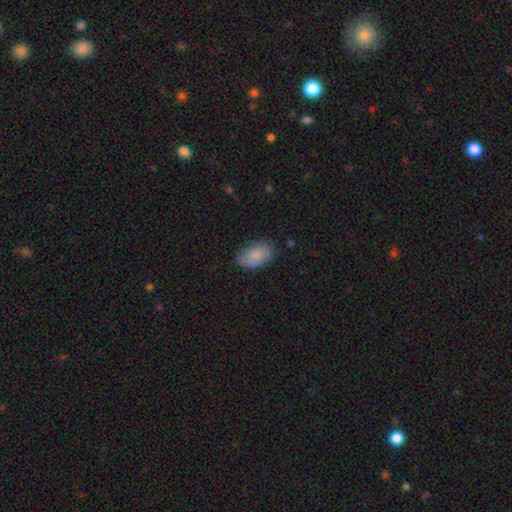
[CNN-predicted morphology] Smooth or featured?
  - smooth: 81% *
  - featured or disk: 12%
  - star or artifact: 7%
How rounded?
  - in between: 93% *
  - round: 6%
  - cigar-shaped: 2%
Merging?
  - none: 73% *
  - minor disturbance: 21%
  - major disturbance: 5%
  - merger: 1%